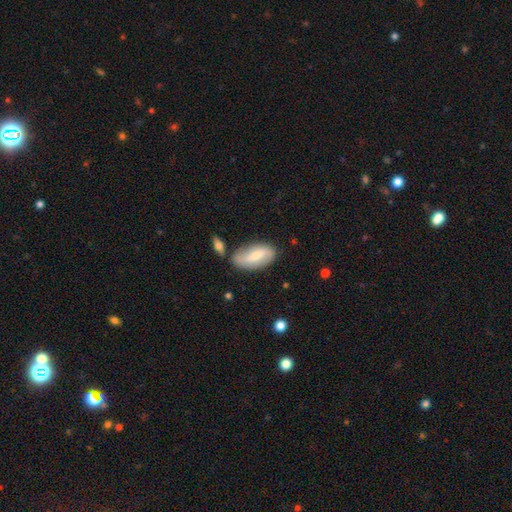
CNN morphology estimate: Smooth or featured: smooth — 58% (featured or disk — 36%)
How rounded: in between — 88% (cigar-shaped — 9%)
Merging: none — 69% (minor disturbance — 18%)